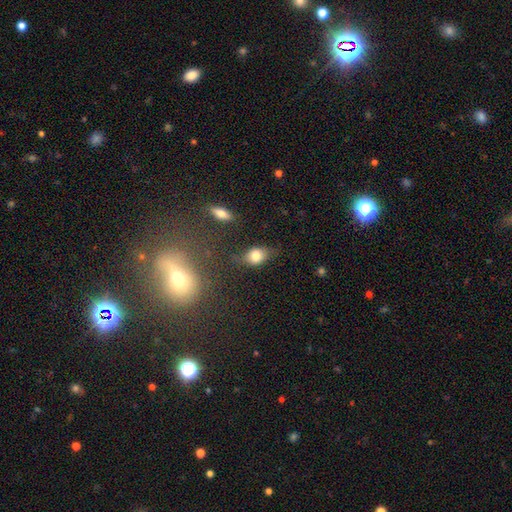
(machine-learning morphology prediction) Smooth or featured?
  - smooth: 77% *
  - featured or disk: 13%
  - star or artifact: 10%
How rounded?
  - in between: 71% *
  - round: 26%
  - cigar-shaped: 3%
Merging?
  - none: 63% *
  - minor disturbance: 26%
  - major disturbance: 7%
  - merger: 4%